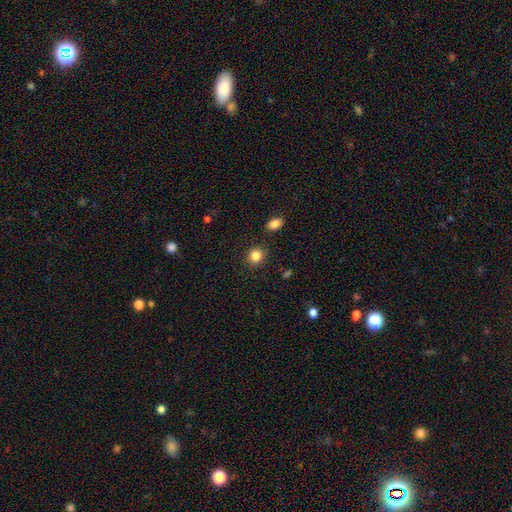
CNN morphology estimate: The model was most divided on "how rounded": round: 80%, in between: 19%, cigar-shaped: 1%. More confident: merging — none (86%); smooth or featured — smooth (85%).